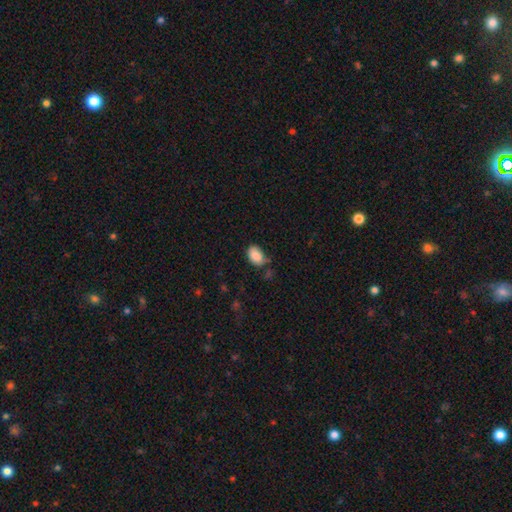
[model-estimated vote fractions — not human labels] A smooth galaxy with no disk features (87%) that is in between round and cigar-shaped (86%).

Vote fractions:
- Smooth or featured? smooth: 87% / star or artifact: 8% / featured or disk: 5%
- How rounded? in between: 86% / round: 13% / cigar-shaped: 1%
- Merging? none: 59% / minor disturbance: 28% / major disturbance: 7% / merger: 5%